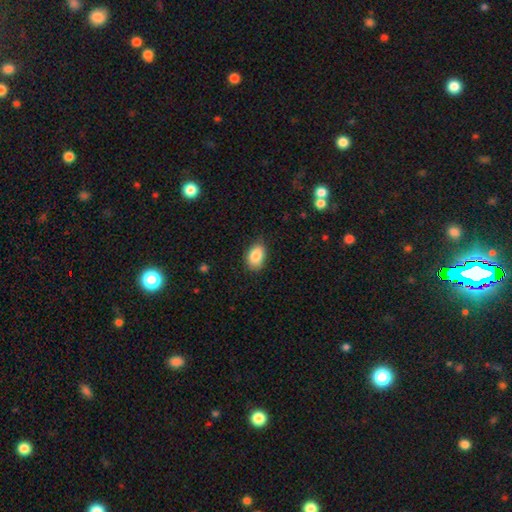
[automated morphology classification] smooth_or_featured: smooth (p=0.86) [alt: star or artifact p=0.08]
how_rounded: in between (p=0.85) [alt: round p=0.14]
merging: none (p=0.80) [alt: minor disturbance p=0.17]